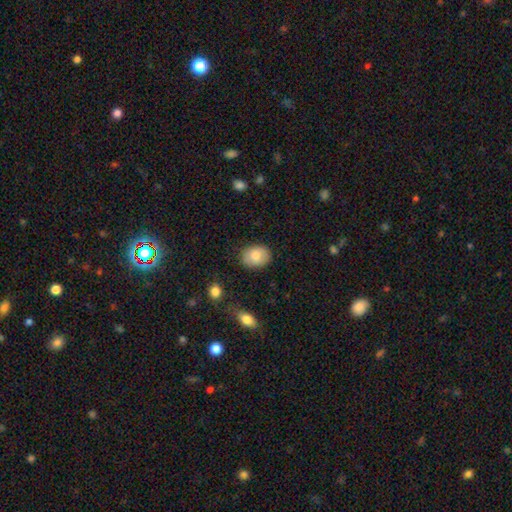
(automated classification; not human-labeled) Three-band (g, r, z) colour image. It shows a smooth galaxy with no disk features (82%) that is in between round and cigar-shaped (69%). Merging: none (84%).